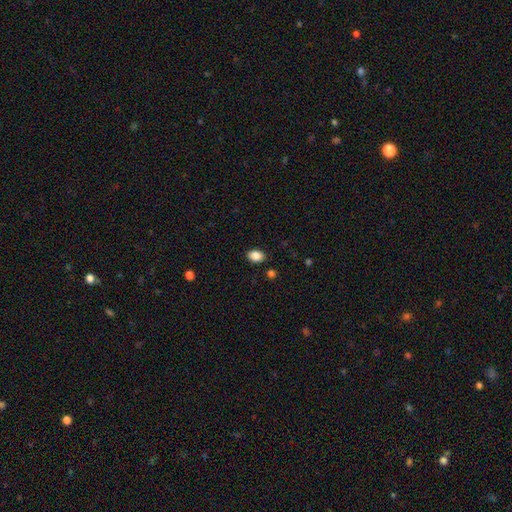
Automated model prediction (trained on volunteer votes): Smooth or featured? smooth (87%)
How rounded? in between (80%)
Merging? none (88%)